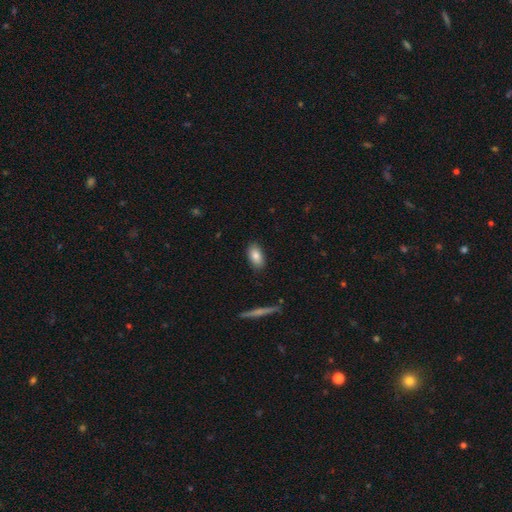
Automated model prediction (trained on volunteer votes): Smooth or featured? Predicted: smooth (p=0.82). How rounded? Predicted: in between (p=0.90). Merging? Predicted: none (p=0.87).